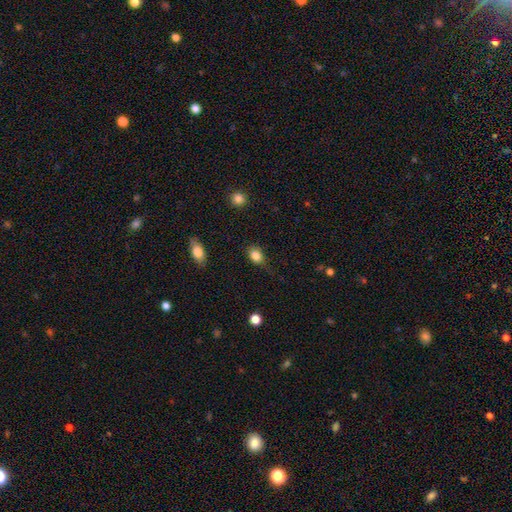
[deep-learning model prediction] Q: Smooth or featured?
A: smooth (84%); runner-up: star or artifact (9%)
Q: How rounded?
A: in between (64%); runner-up: round (34%)
Q: Merging?
A: none (68%); runner-up: minor disturbance (24%)